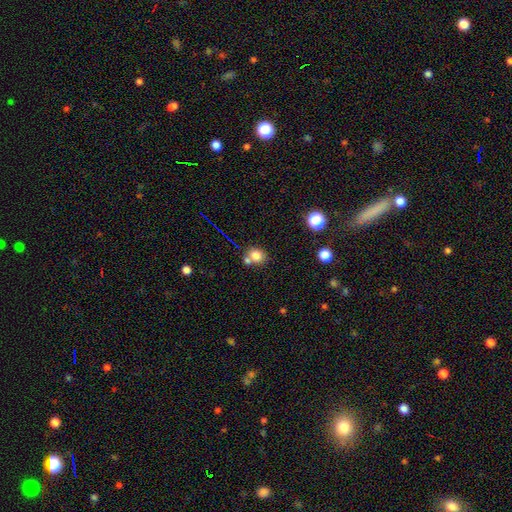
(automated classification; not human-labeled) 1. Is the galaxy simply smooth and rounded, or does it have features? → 79% smooth, 12% star or artifact, 9% featured or disk.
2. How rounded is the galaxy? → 72% round, 27% in between, 1% cigar-shaped.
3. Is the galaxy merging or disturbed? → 54% none, 33% merger, 10% minor disturbance, 3% major disturbance.